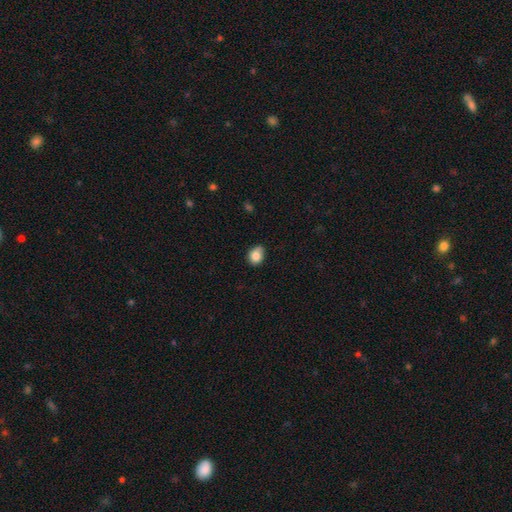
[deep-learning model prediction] smooth_or_featured: smooth (p=0.84) [alt: star or artifact p=0.09]
how_rounded: in between (p=0.51) [alt: round p=0.48]
merging: none (p=0.67) [alt: minor disturbance p=0.27]